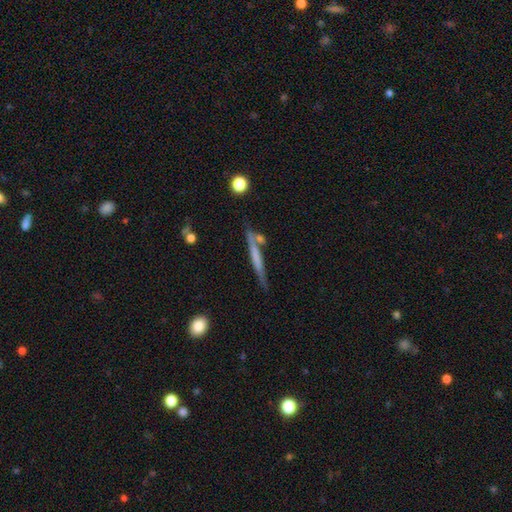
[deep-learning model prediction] Smooth or featured: featured or disk — 49% (smooth — 44%)
Merging: none — 73% (minor disturbance — 14%)